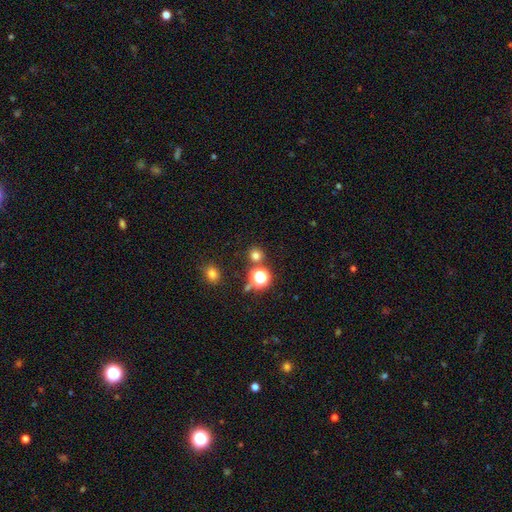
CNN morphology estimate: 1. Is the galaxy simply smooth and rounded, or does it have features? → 69% smooth, 25% star or artifact, 5% featured or disk.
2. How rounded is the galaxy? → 90% round, 9% in between, 1% cigar-shaped.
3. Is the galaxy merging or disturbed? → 81% none, 8% merger, 8% minor disturbance, 3% major disturbance.